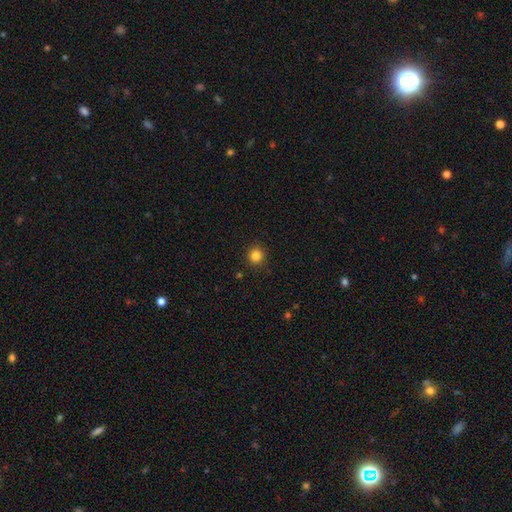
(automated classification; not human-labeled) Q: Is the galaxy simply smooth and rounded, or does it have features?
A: smooth — 83%.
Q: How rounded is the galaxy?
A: round — 94%.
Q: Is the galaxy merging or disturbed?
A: none — 91%.